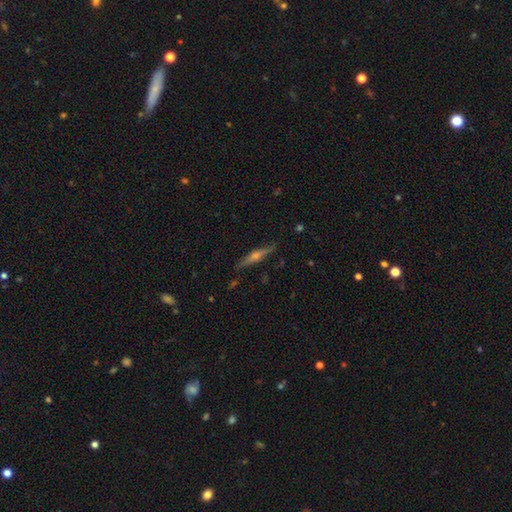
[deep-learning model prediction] Morphology: type=featured or disk (75%); edge-on=yes (96%); edge-on bulge=rounded (86%); merging=none (87%).